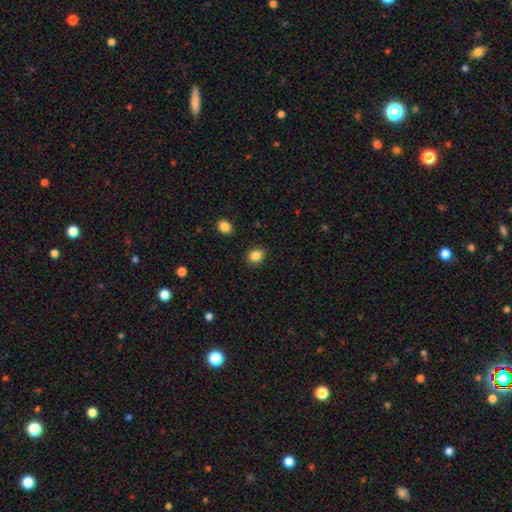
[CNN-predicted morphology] type=smooth (86%); roundness=round (51%); merging=none (89%).